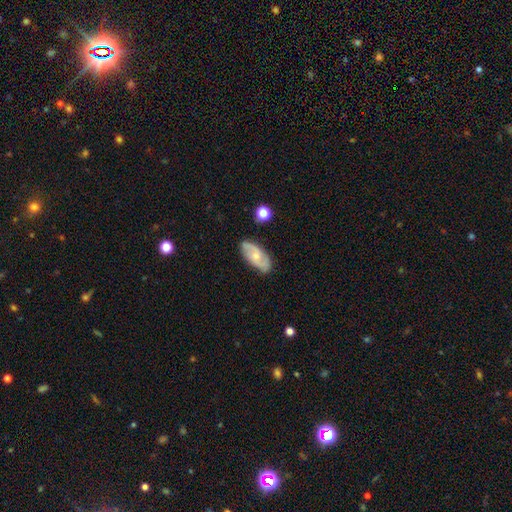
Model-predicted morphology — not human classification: Smooth or featured: featured or disk — 59% (smooth — 35%)
Edge-on disk: no — 91% (yes — 9%)
Bar: no — 65% (weak — 30%)
Spiral arms: yes — 84% (no — 16%)
Bulge size: small — 55% (moderate — 39%)
Merging: none — 82% (minor disturbance — 14%)